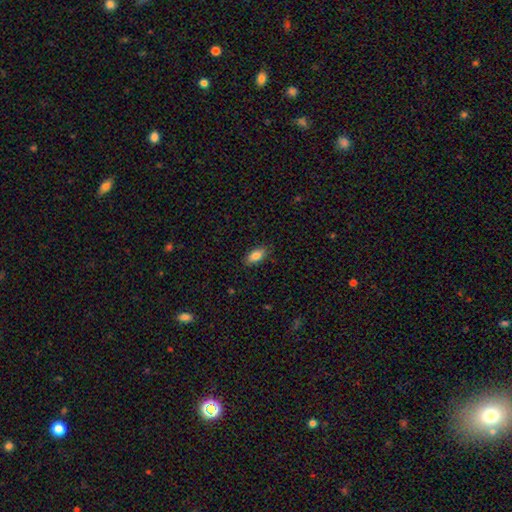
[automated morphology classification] Smooth or featured: smooth — 84% (featured or disk — 8%)
How rounded: in between — 89% (cigar-shaped — 8%)
Merging: none — 86% (minor disturbance — 11%)